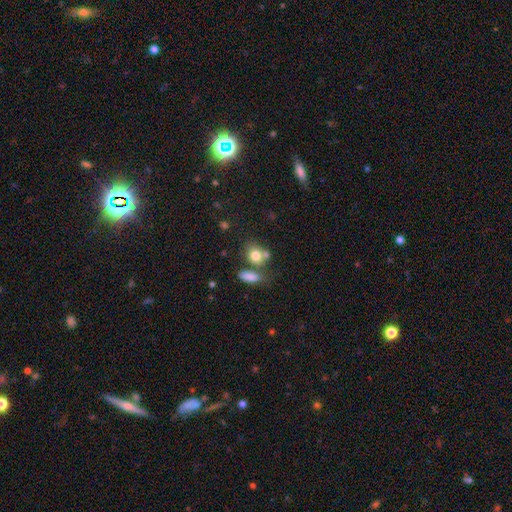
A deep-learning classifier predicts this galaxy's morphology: This is likely a smooth galaxy (79%). How rounded: possibly in between (55%). Merging: possibly none (47%).